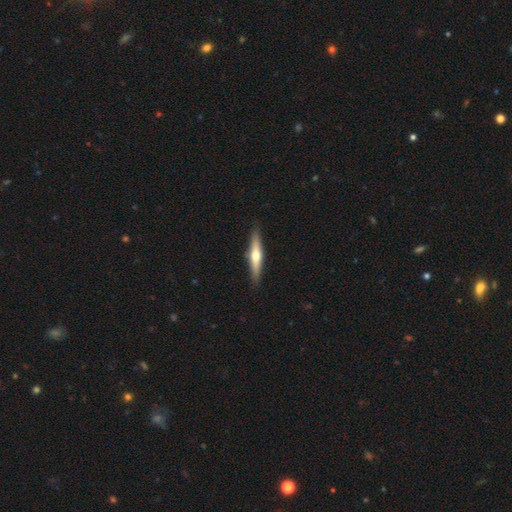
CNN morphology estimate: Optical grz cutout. It shows a featured or disk galaxy (57%) viewed edge-on (95%) with a rounded central bulge (91%). Merging: none (90%).